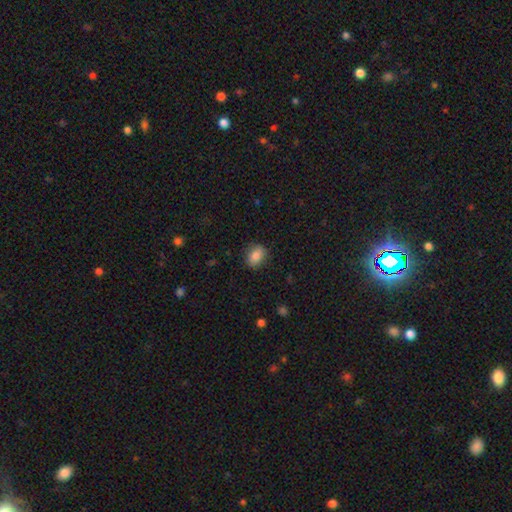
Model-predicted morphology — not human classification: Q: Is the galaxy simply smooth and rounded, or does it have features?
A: smooth — 84%.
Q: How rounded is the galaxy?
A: in between — 61%.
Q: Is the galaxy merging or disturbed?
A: none — 84%.